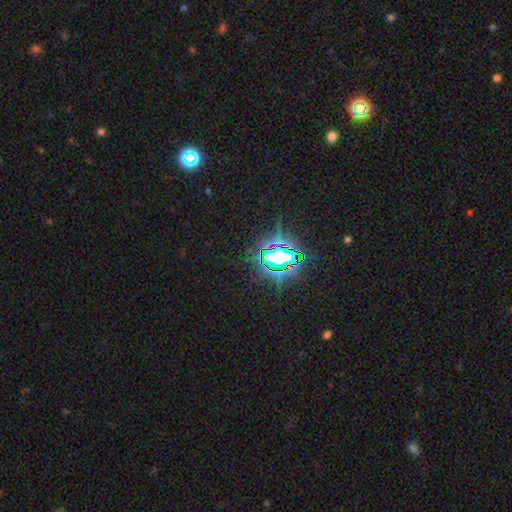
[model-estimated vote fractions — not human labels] Morphology: type=star or artifact (83%).